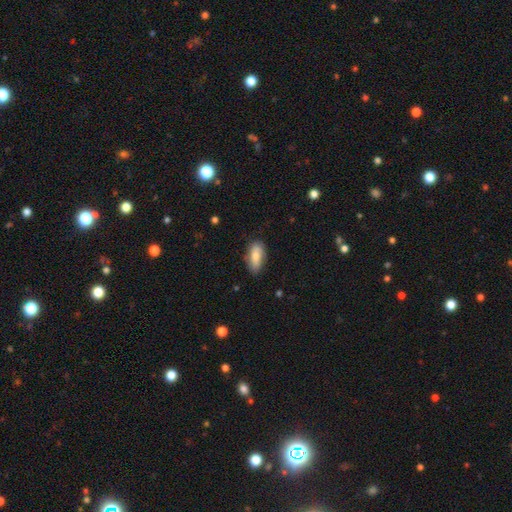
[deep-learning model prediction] Overall: smooth (79%). How rounded: in between (87%). Merging: none (75%).